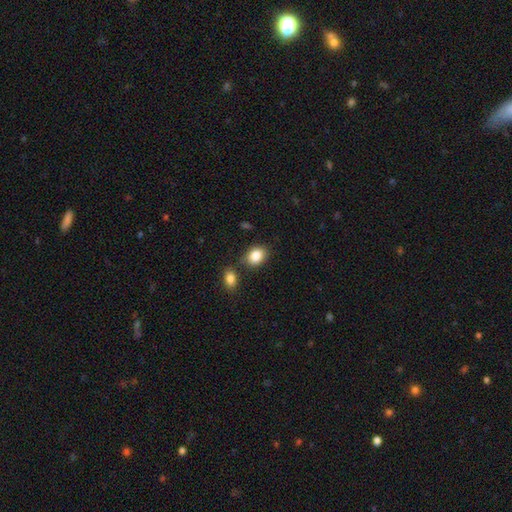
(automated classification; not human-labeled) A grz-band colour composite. It shows a smooth galaxy with no disk features (86%) that is in between round and cigar-shaped (70%). Merging: none (73%).